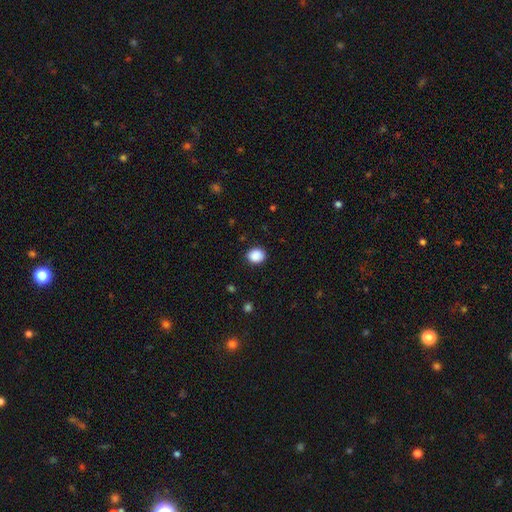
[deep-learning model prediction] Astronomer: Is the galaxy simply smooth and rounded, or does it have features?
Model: smooth — 89%.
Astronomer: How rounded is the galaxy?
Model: round — 64%.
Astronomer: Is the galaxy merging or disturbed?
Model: none — 88%.